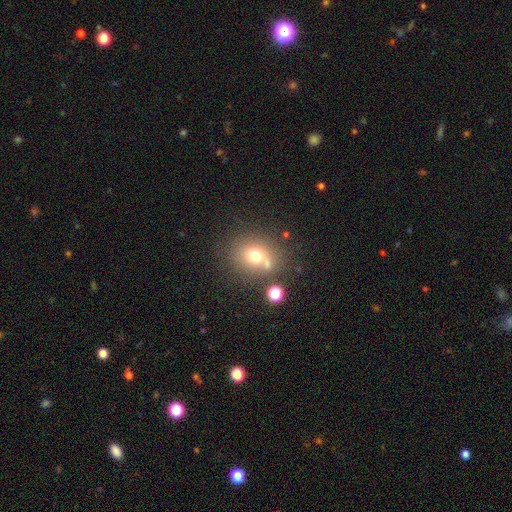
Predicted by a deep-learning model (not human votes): Smooth or featured?
  - smooth: 69% *
  - featured or disk: 16%
  - star or artifact: 15%
How rounded?
  - round: 67% *
  - in between: 32%
  - cigar-shaped: 1%
Merging?
  - none: 59% *
  - merger: 20%
  - minor disturbance: 15%
  - major disturbance: 7%